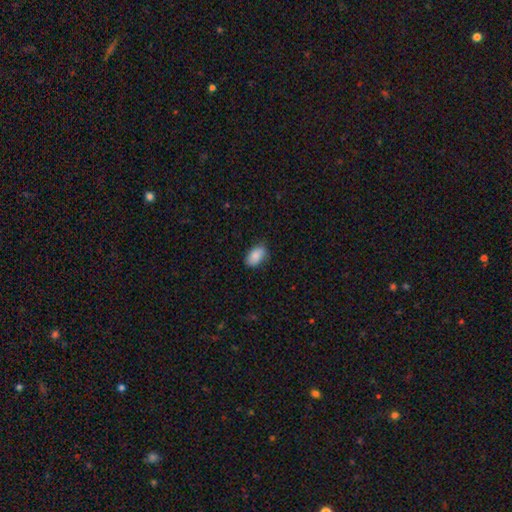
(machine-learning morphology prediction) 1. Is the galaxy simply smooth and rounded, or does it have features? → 87% smooth, 7% star or artifact, 6% featured or disk.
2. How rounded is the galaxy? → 92% in between, 6% round, 2% cigar-shaped.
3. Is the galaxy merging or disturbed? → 79% none, 17% minor disturbance, 3% major disturbance, 1% merger.